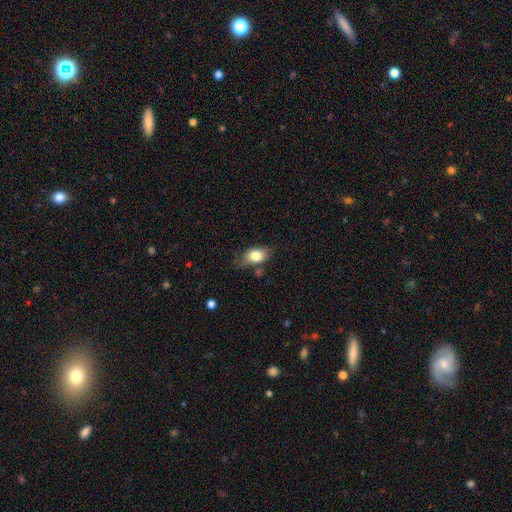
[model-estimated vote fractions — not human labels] A smooth galaxy with no disk features (78%) that is in between round and cigar-shaped (80%). Merging: none (61%).